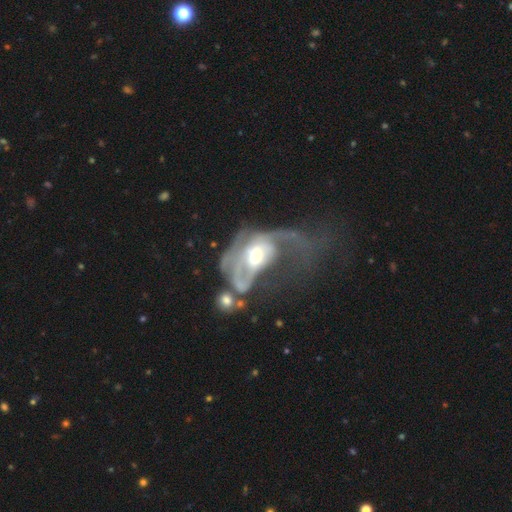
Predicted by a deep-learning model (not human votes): featured or disk 72%, smooth 20%, star or artifact 8%. Down the decision tree: edge-on disk — no (94%); bar — no (60%); spiral arms — yes (63%); bulge size — moderate (60%); merging — major disturbance (57%).